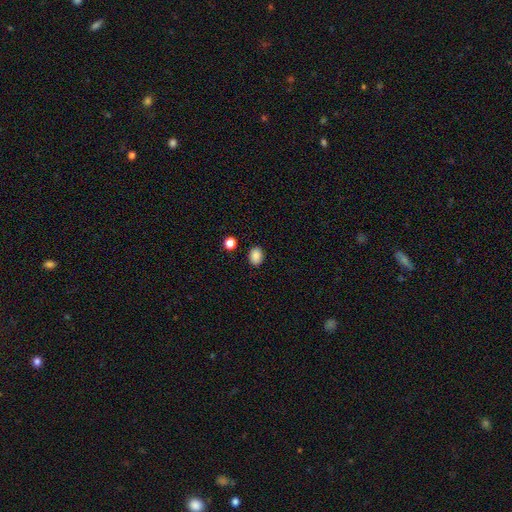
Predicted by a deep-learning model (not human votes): The model was most divided on "how rounded": in between: 57%, round: 42%, cigar-shaped: 1%. More confident: merging — none (88%); smooth or featured — smooth (87%).